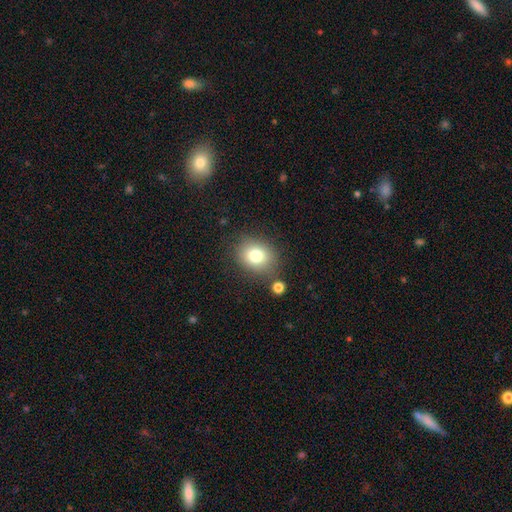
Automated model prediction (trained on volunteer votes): The model was most divided on "how rounded": round: 57%, in between: 42%, cigar-shaped: 1%. More confident: smooth or featured — smooth (78%); merging — none (78%).